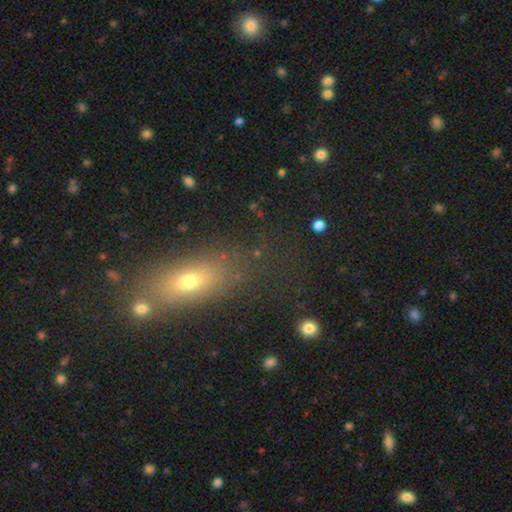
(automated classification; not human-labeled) The model was most divided on "smooth or featured": smooth: 59%, star or artifact: 24%, featured or disk: 18%. More confident: merging — none (73%); how rounded — in between (63%).